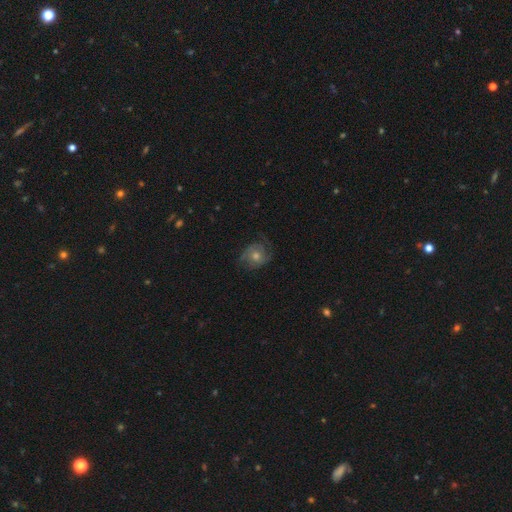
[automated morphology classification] This is likely a featured or disk galaxy (69%). It is clearly not viewed edge-on (97%). Bar: likely no (77%). Spiral arm pattern: clearly yes (92%). Spiral arm count: marginally 2 (34%). Spiral winding: possibly tight (47%). Central bulge: likely moderate (64%). Merging: likely none (74%).